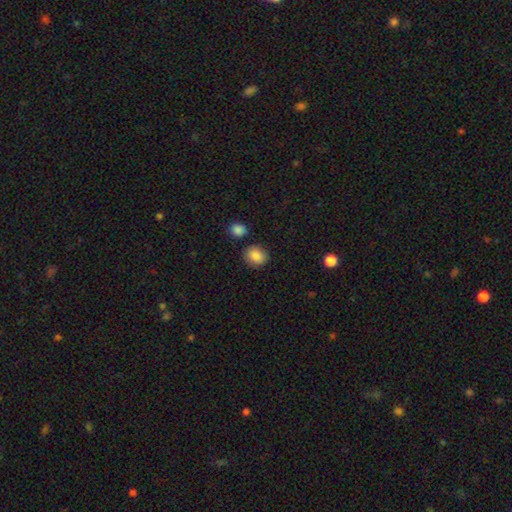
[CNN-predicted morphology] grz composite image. It shows a smooth galaxy with no disk features (87%) that is round (64%). Merging: none (83%).